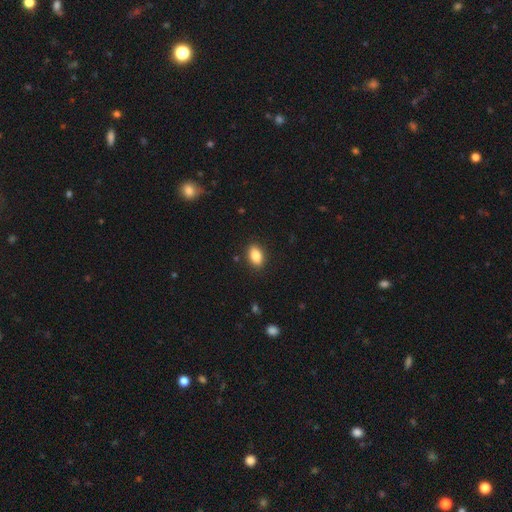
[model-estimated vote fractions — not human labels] smooth-or-featured: smooth: 85% | star or artifact: 8% | featured or disk: 7%
  how-rounded: in between: 88% | round: 10% | cigar-shaped: 2%
  merging: none: 88% | minor disturbance: 8% | major disturbance: 2% | merger: 1%